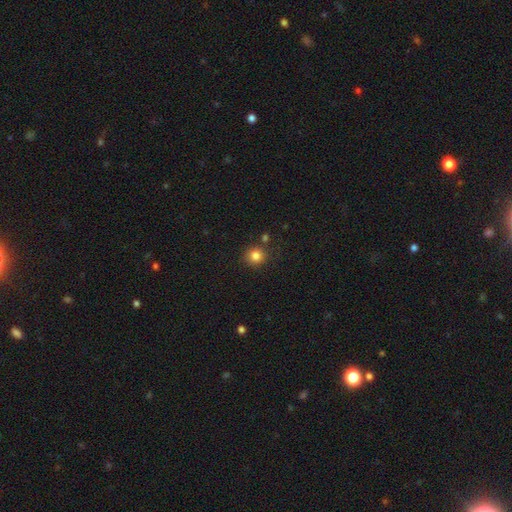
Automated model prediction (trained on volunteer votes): Smooth or featured? smooth (83%)
How rounded? round (90%)
Merging? none (83%)